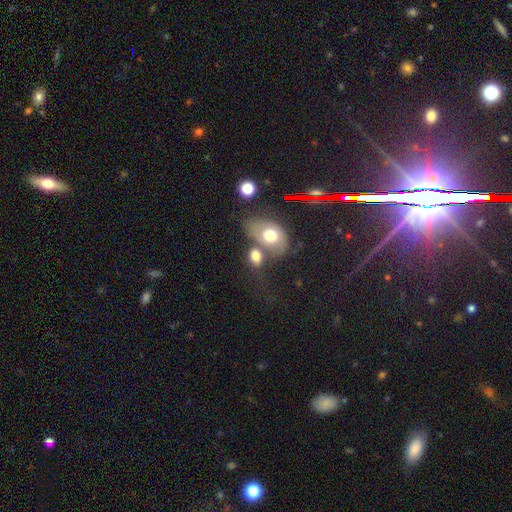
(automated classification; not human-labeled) This is likely a smooth galaxy (69%). How rounded: likely in between (77%). Merging: marginally merger (37%).